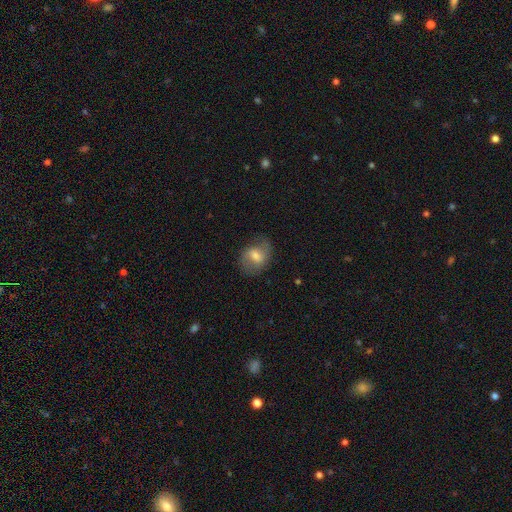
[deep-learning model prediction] The model was most divided on "smooth or featured": smooth: 54%, featured or disk: 38%, star or artifact: 8%. More confident: merging — none (68%); how rounded — in between (63%).